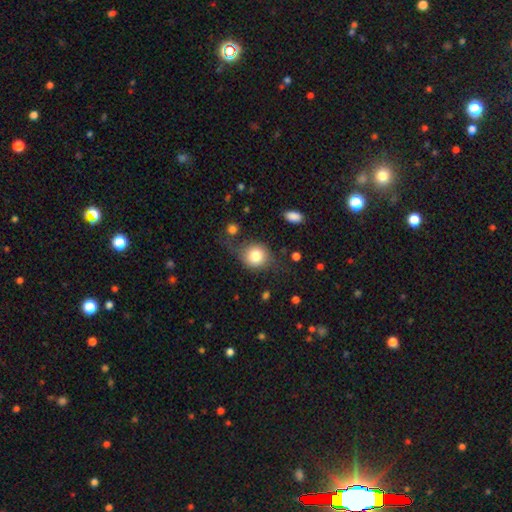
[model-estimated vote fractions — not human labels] Smooth or featured: smooth — 76% (featured or disk — 16%)
How rounded: round — 75% (in between — 24%)
Merging: none — 54% (minor disturbance — 24%)